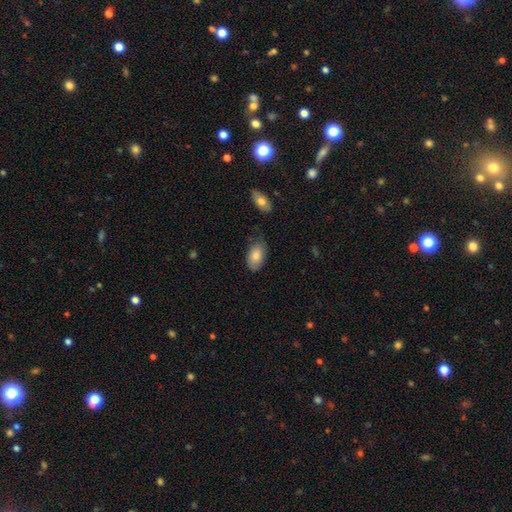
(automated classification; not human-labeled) smooth_or_featured: smooth (p=0.82) [alt: featured or disk p=0.11]
how_rounded: in between (p=0.94) [alt: round p=0.05]
merging: none (p=0.68) [alt: minor disturbance p=0.24]